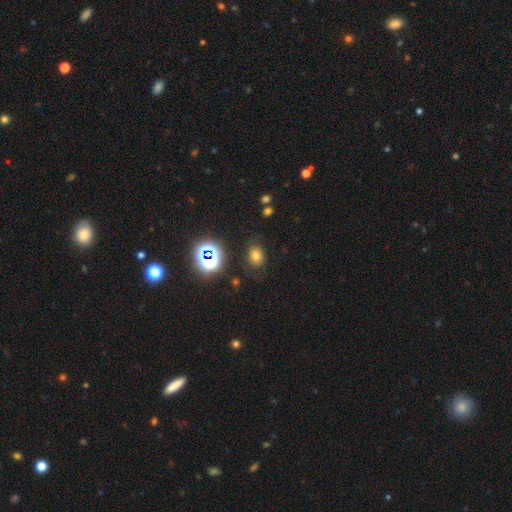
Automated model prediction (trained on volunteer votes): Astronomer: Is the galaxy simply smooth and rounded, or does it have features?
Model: smooth — 67%.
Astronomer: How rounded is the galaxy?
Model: in between — 59% (runner-up: round, 40%).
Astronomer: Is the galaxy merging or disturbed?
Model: none — 79%.